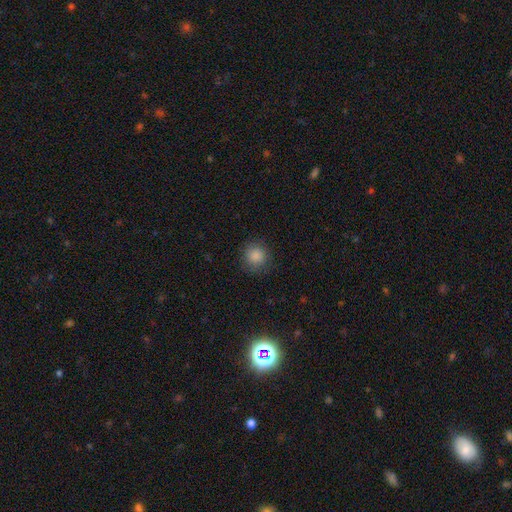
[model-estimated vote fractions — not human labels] smooth_or_featured: smooth (p=0.86) [alt: star or artifact p=0.10]
how_rounded: round (p=0.91) [alt: in between p=0.08]
merging: none (p=0.85) [alt: minor disturbance p=0.10]